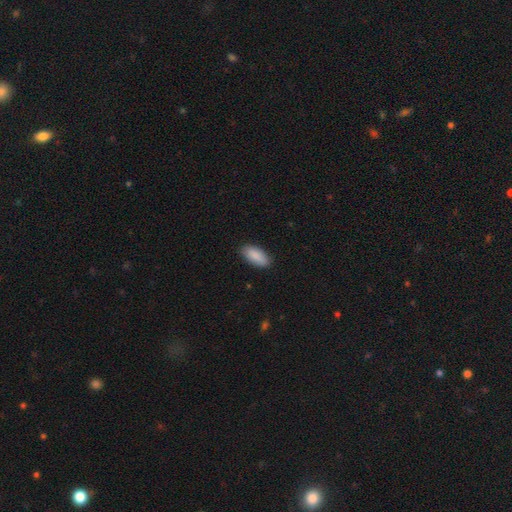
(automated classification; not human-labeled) Q: Smooth or featured?
A: smooth (90%); runner-up: star or artifact (6%)
Q: How rounded?
A: in between (88%); runner-up: cigar-shaped (10%)
Q: Merging?
A: none (87%); runner-up: minor disturbance (10%)